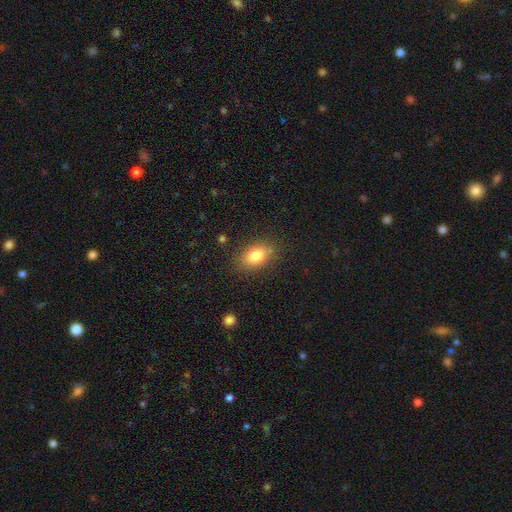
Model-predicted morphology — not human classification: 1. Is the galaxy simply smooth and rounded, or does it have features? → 80% smooth, 10% featured or disk, 10% star or artifact.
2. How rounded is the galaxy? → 79% in between, 19% round, 2% cigar-shaped.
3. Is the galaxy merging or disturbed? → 83% none, 12% minor disturbance, 3% major disturbance, 1% merger.